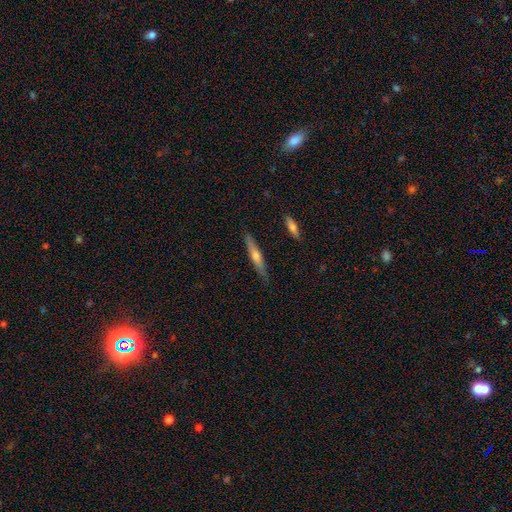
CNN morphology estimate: smooth_or_featured: featured or disk (p=0.53) [alt: smooth p=0.40]
disk_edge_on: yes (p=0.94) [alt: no p=0.06]
edge_on_bulge: rounded (p=0.78) [alt: none p=0.17]
merging: none (p=0.87) [alt: minor disturbance p=0.10]